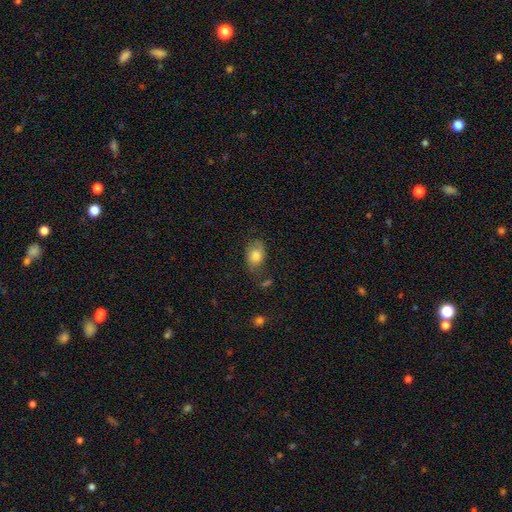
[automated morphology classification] type=smooth (79%); roundness=in between (81%); merging=none (64%).